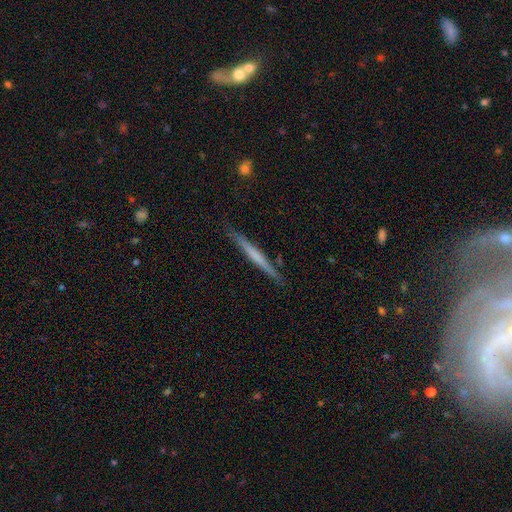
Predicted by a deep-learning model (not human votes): The model was most divided on "smooth or featured" (2-way tie): smooth: 47%, featured or disk: 47%, star or artifact: 5%. More confident: merging — none (87%).